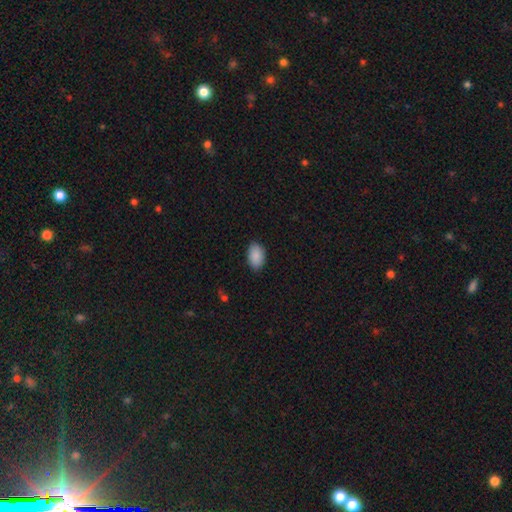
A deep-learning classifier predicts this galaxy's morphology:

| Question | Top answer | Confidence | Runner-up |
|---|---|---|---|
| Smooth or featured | smooth | 90% | star or artifact (7%) |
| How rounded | in between | 90% | round (9%) |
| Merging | none | 85% | minor disturbance (11%) |